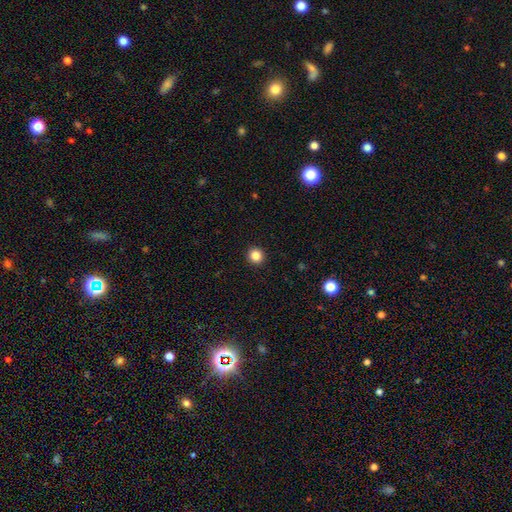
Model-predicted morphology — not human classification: Smooth or featured? smooth (85%)
How rounded? round (94%)
Merging? none (93%)